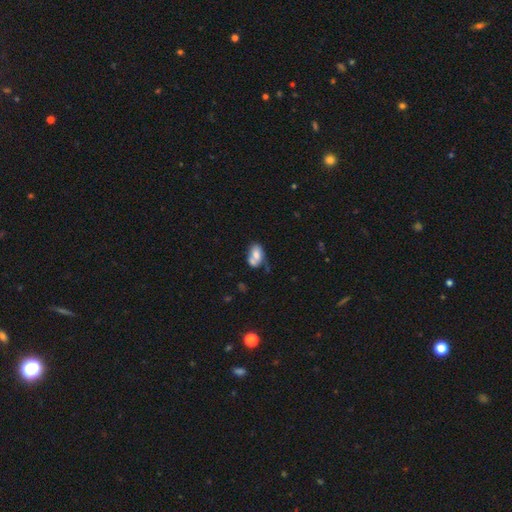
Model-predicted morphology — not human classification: This appears to be a smooth galaxy with no disk features (69%) that is in between round and cigar-shaped (87%). Merging: merger (48%).